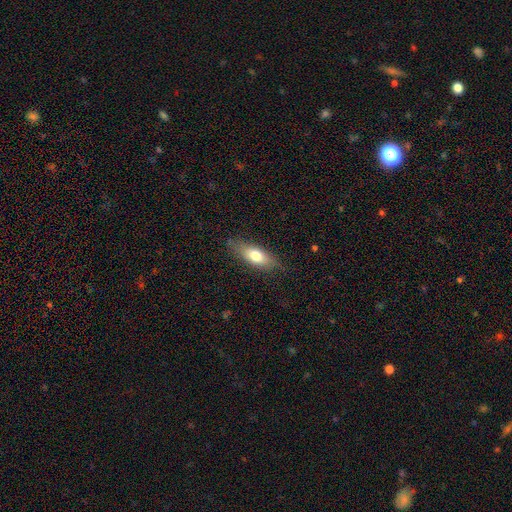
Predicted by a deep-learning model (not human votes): smooth 70%, featured or disk 23%, star or artifact 7%. Down the decision tree: how rounded — in between (68%); merging — none (78%).